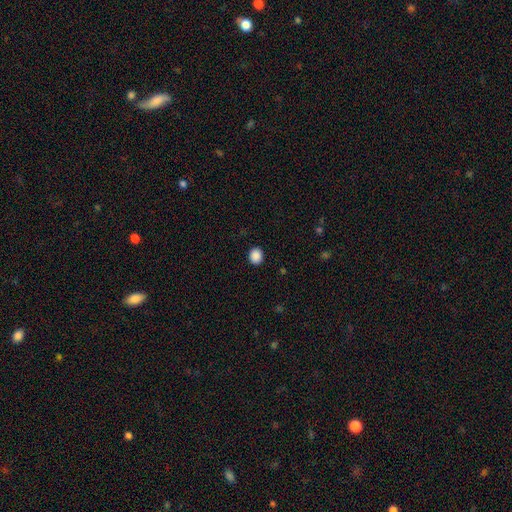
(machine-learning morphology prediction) Overall: smooth (88%). How rounded: round (72%). Merging: none (91%).